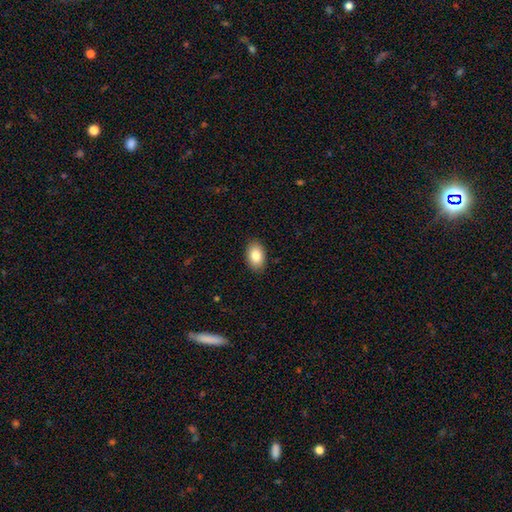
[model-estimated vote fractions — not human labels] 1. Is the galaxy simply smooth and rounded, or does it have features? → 85% smooth, 8% featured or disk, 7% star or artifact.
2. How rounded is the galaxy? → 89% in between, 10% round, 1% cigar-shaped.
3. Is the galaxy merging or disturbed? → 89% none, 8% minor disturbance, 2% major disturbance, 1% merger.